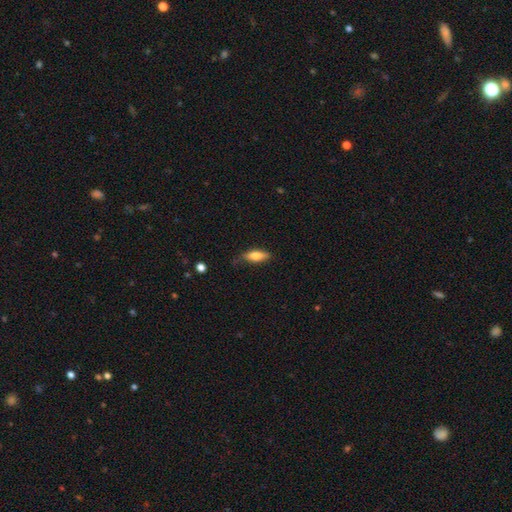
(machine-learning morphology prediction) type=smooth (73%); roundness=in between (64%); merging=none (65%).